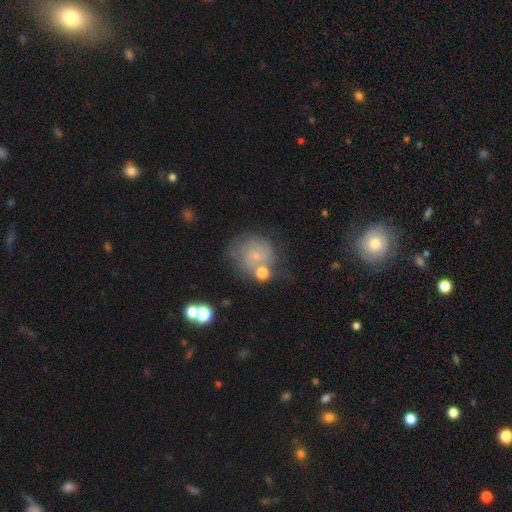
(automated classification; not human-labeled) Smooth or featured?
  - smooth: 50% *
  - featured or disk: 38%
  - star or artifact: 12%
Merging?
  - none: 47% *
  - minor disturbance: 23%
  - merger: 15%
  - major disturbance: 15%